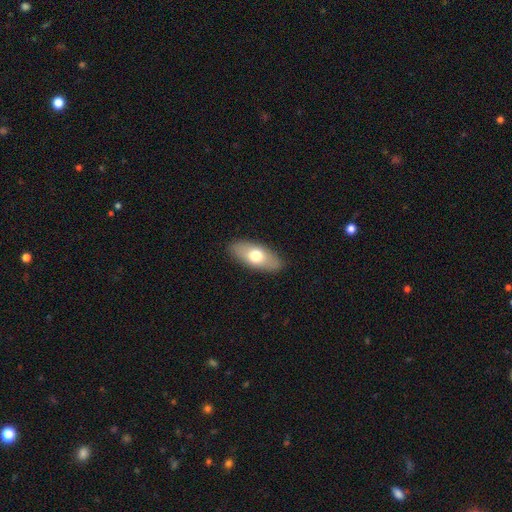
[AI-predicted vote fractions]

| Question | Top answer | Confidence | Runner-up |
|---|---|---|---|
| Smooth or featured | smooth | 66% | featured or disk (27%) |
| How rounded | in between | 84% | cigar-shaped (12%) |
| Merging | none | 88% | minor disturbance (9%) |